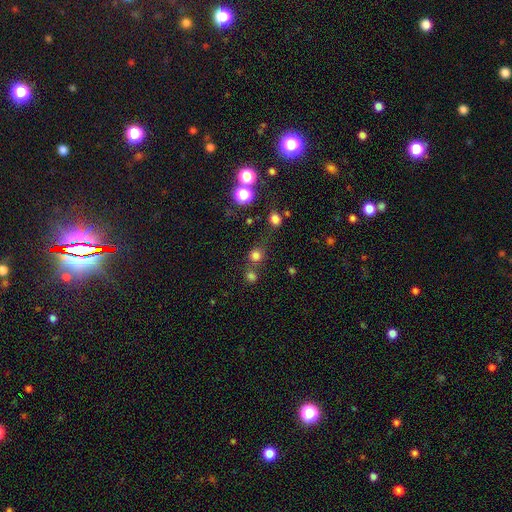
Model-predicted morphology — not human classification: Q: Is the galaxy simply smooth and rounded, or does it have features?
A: smooth — 73%.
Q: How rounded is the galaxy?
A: round — 86%.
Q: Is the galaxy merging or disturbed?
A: none — 63%.